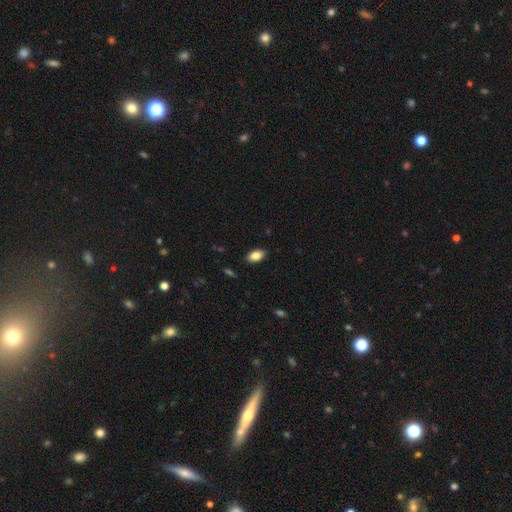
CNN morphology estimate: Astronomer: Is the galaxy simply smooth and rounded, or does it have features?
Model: smooth — 85%.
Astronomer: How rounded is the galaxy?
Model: in between — 92%.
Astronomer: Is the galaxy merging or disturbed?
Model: none — 88%.